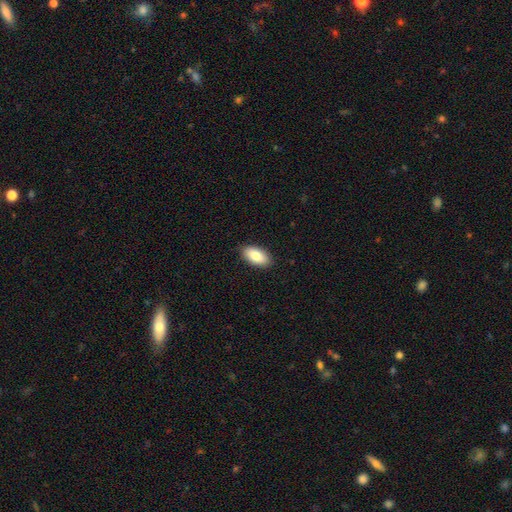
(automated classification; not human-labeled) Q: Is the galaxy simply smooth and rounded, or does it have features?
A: smooth — 84%.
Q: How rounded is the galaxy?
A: in between — 94%.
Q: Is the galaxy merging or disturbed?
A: none — 89%.